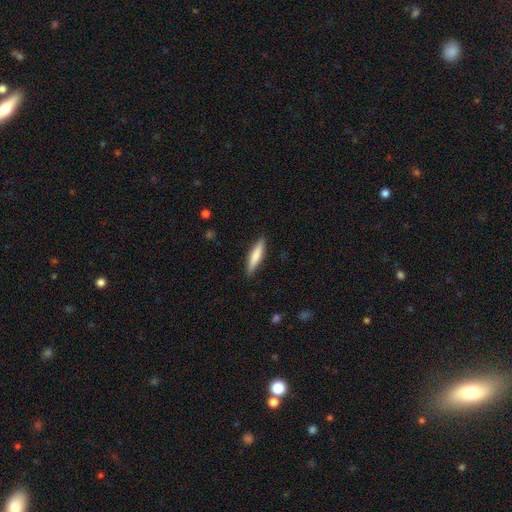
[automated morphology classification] This appears to be a smooth galaxy with no disk features (74%) that is cigar-shaped (82%). Merging: none (89%).